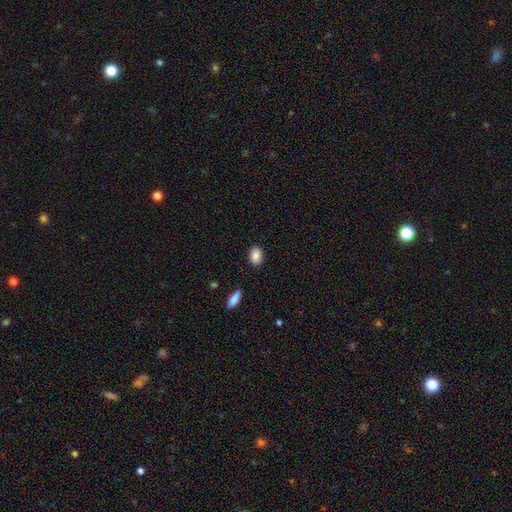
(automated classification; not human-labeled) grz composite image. It shows a smooth galaxy with no disk features (86%) that is in between round and cigar-shaped (78%). Merging: none (86%).